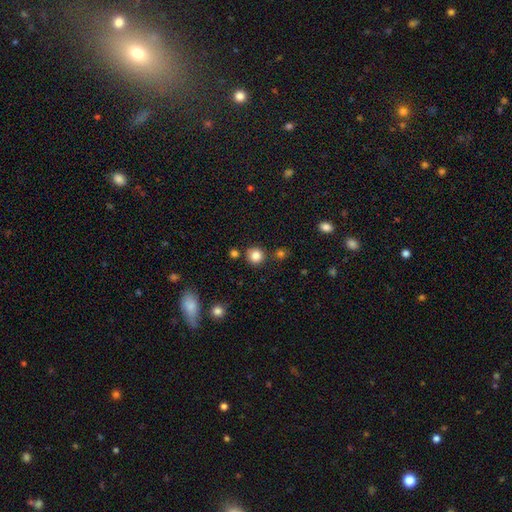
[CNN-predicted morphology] Smooth or featured? smooth (83%)
How rounded? round (91%)
Merging? none (82%)